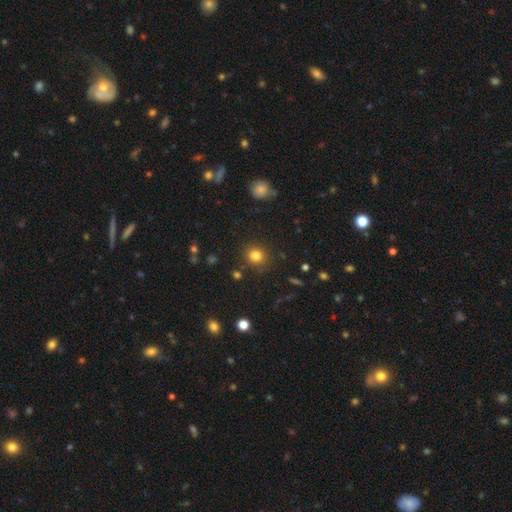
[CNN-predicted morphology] type=smooth (81%); roundness=round (89%); merging=none (87%).